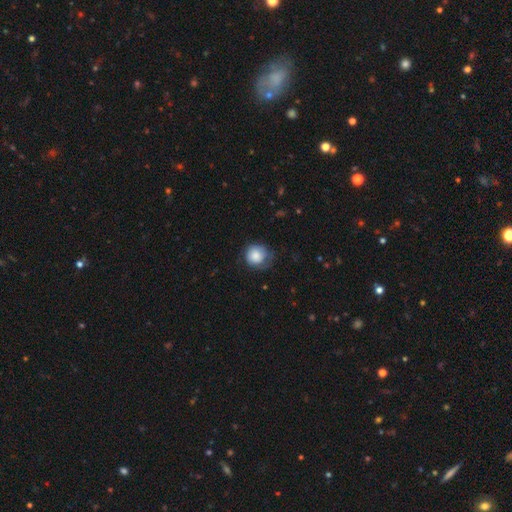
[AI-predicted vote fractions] The model was most divided on "merging": none: 59%, minor disturbance: 29%, major disturbance: 11%, merger: 1%. More confident: how rounded — round (88%); smooth or featured — smooth (81%).